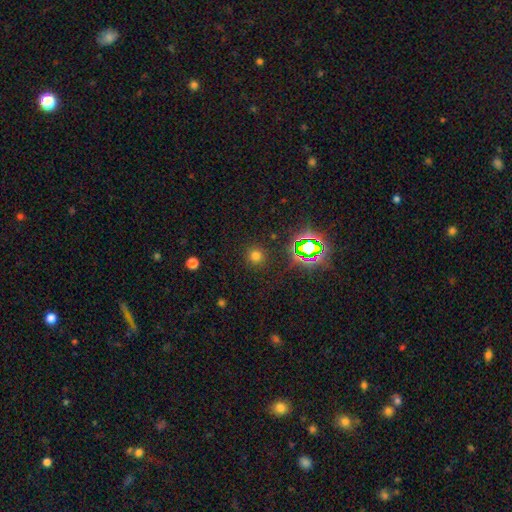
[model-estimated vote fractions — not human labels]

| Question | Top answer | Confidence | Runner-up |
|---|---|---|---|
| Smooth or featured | smooth | 68% | star or artifact (25%) |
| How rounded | round | 94% | in between (5%) |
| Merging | none | 89% | minor disturbance (6%) |